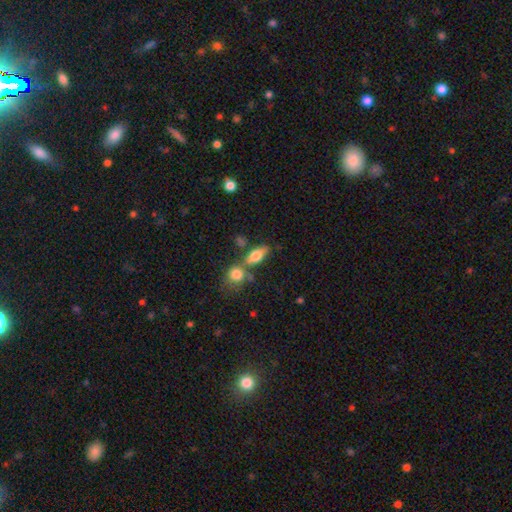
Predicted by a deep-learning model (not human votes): smooth 70%, featured or disk 21%, star or artifact 8%. Down the decision tree: how rounded — in between (73%); merging — none (56%).